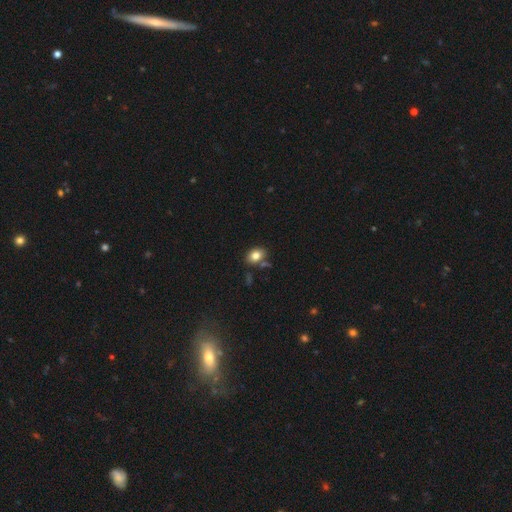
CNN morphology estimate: Smooth or featured? Predicted: smooth (p=0.81). How rounded? Predicted: in between (p=0.69). Merging? Predicted: none (p=0.71).